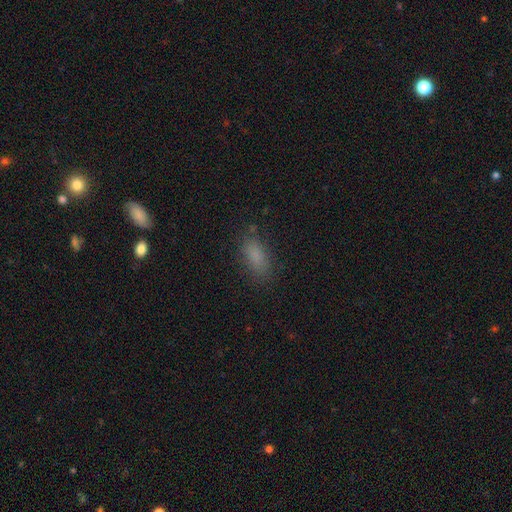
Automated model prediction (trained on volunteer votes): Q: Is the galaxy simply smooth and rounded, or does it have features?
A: smooth — 82%.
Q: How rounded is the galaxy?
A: in between — 82%.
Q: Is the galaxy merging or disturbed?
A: none — 79%.